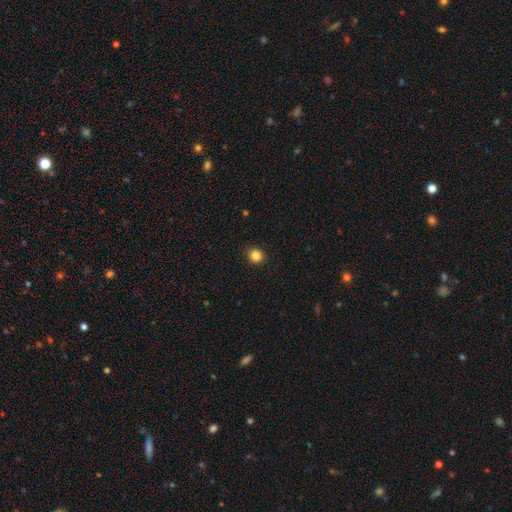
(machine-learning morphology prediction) Smooth or featured? smooth (85%)
How rounded? round (83%)
Merging? none (92%)